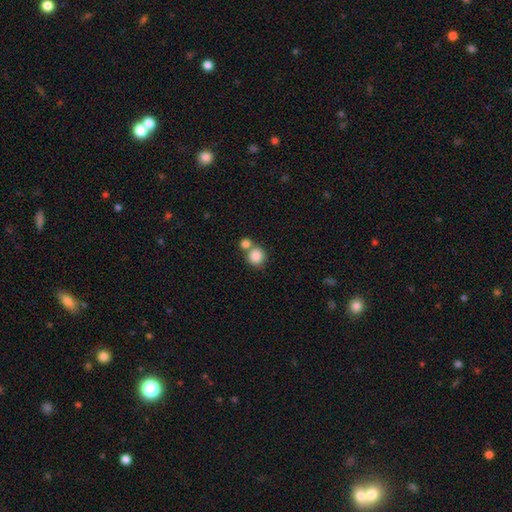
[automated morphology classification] Overall: smooth (86%). How rounded: round (88%). Merging: none (49%; merger 39%).